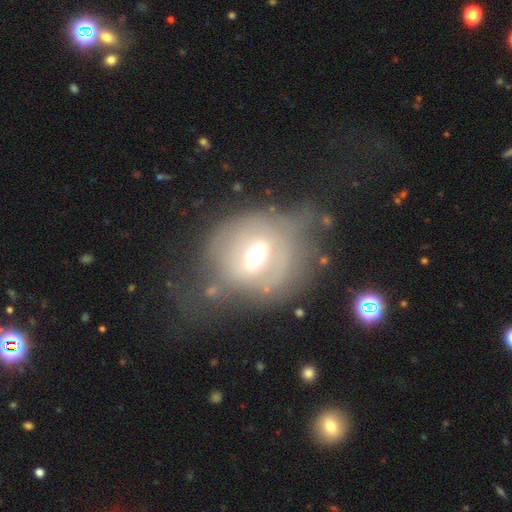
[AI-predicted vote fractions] featured or disk 51%, smooth 37%, star or artifact 12%. Down the decision tree: edge-on disk — no (85%); merging — none (43%).